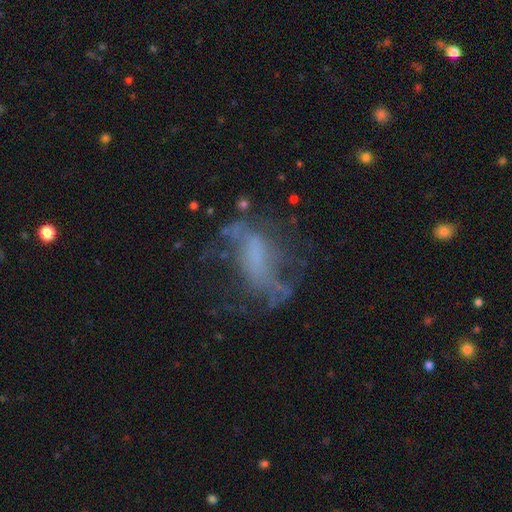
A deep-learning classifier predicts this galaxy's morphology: A featured or disk galaxy (62%) with no bar (53%), no spiral arms (50%, tied with yes) and no central bulge (61%). Merging: none (42%).